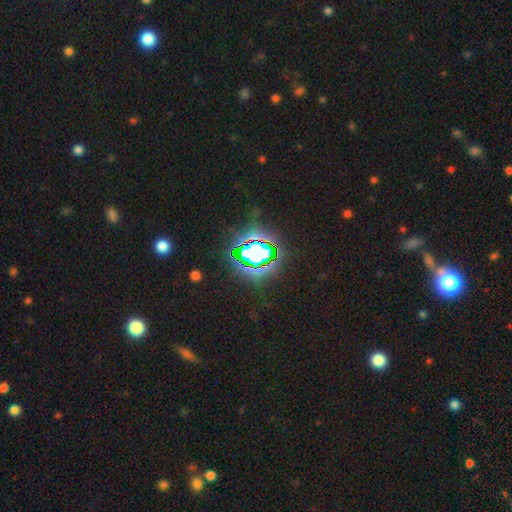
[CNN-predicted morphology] This is likely a star or artifact rather than a galaxy (72%).